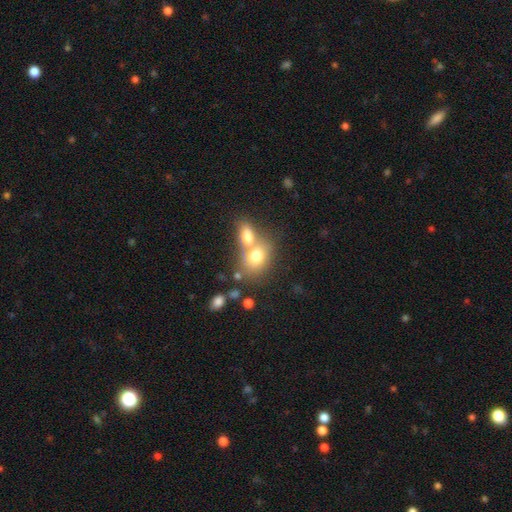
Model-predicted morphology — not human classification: This appears to be a smooth galaxy with no disk features (74%) that is in between round and cigar-shaped (58%). Merging: merger (58%).